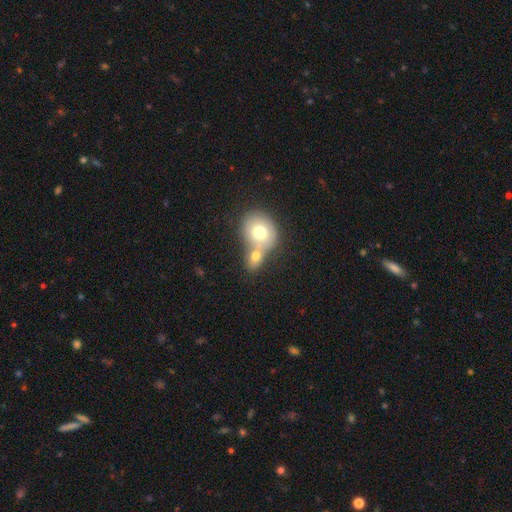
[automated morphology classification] Smooth or featured? smooth (71%)
How rounded? round (55%)
Merging? merger (62%)